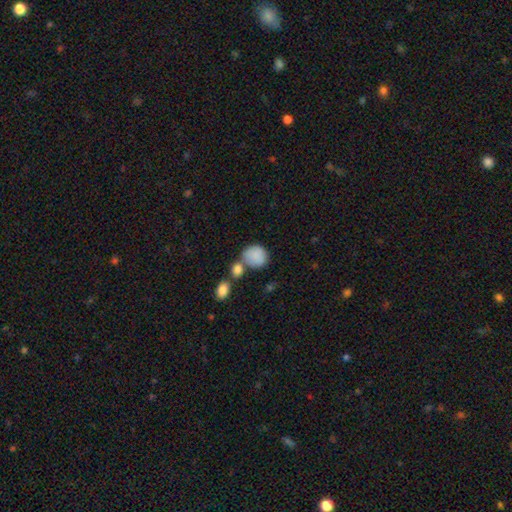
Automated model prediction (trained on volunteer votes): This appears to be a smooth galaxy with no disk features (85%) that is round (68%). Merging: none (50%).